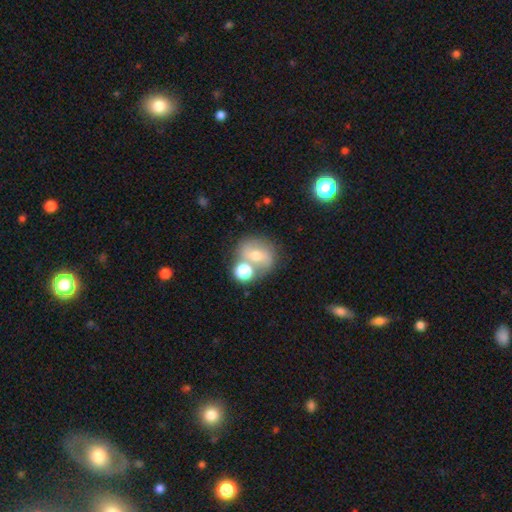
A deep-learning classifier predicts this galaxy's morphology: Smooth or featured: smooth — 45% (featured or disk — 42%)
Merging: none — 53% (merger — 29%)